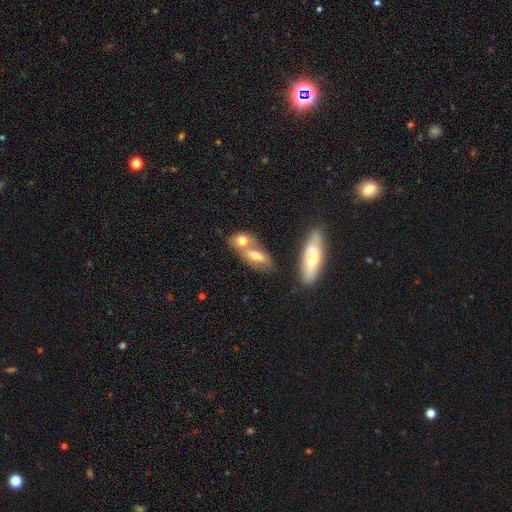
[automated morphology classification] smooth 64%, featured or disk 25%, star or artifact 10%. Down the decision tree: how rounded — in between (63%); merging — merger (48%).